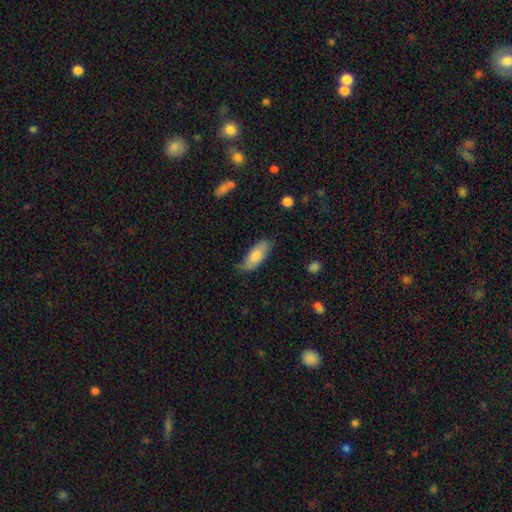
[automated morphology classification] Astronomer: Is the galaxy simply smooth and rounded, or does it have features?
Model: smooth — 78%.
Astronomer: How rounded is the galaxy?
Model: in between — 81%.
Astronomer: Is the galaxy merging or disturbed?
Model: none — 62%.